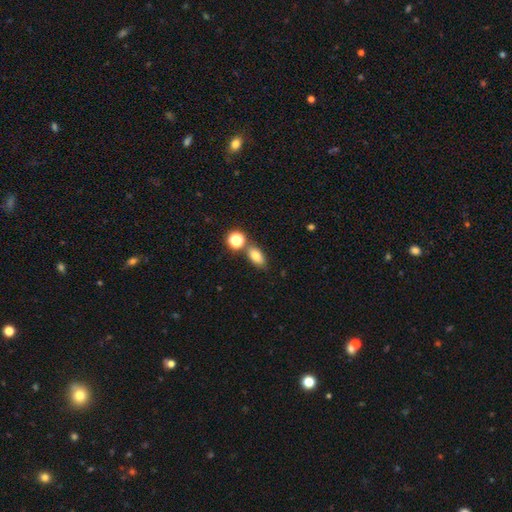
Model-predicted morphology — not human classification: smooth_or_featured: smooth (p=0.78) [alt: star or artifact p=0.13]
how_rounded: in between (p=0.82) [alt: round p=0.14]
merging: none (p=0.68) [alt: merger p=0.16]